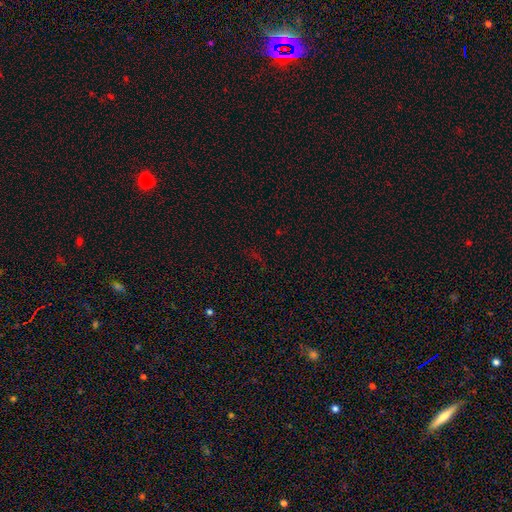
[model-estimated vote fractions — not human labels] Smooth or featured: star or artifact — 66% (smooth — 24%)